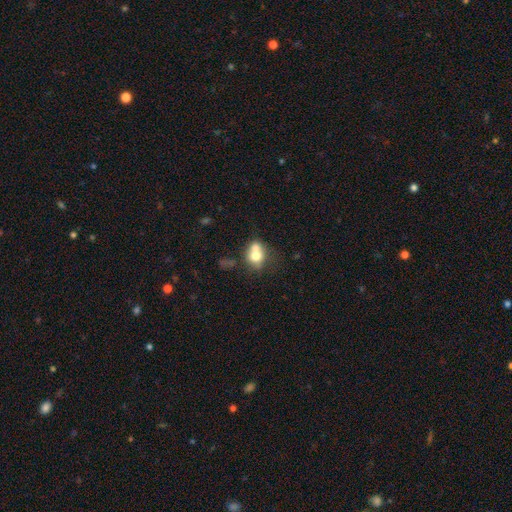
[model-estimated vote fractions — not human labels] This appears to be a smooth galaxy with no disk features (66%) that is round (60%). Merging: merger (56%).